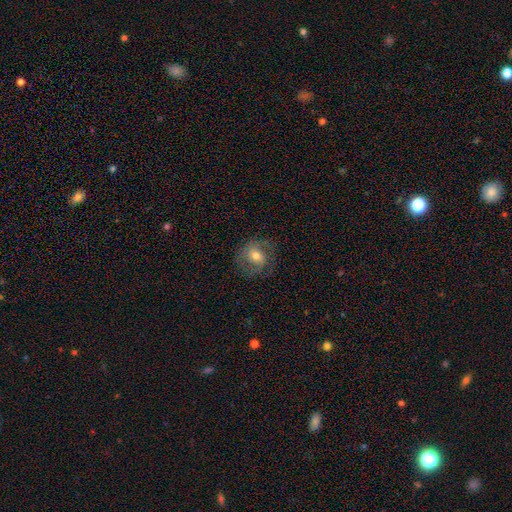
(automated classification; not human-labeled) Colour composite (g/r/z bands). It shows a featured or disk galaxy (56%) with no bar (47%), spiral arms (81%) and a moderate central bulge (67%). Merging: none (71%).